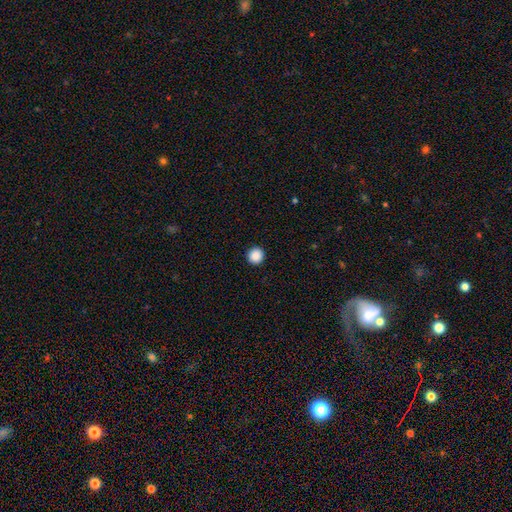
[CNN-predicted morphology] A smooth galaxy with no disk features (89%) that is round (96%). Merging: none (94%).